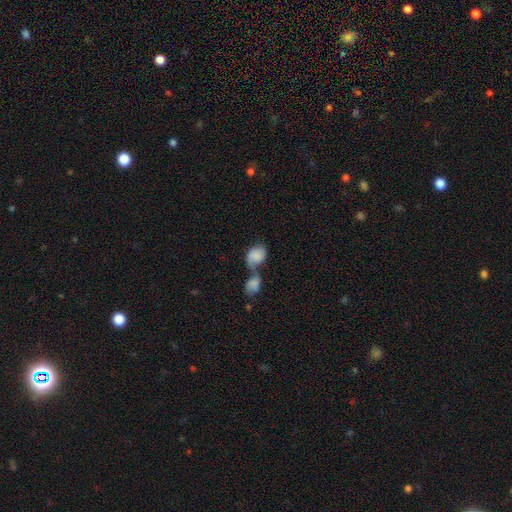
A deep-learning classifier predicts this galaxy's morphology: A smooth galaxy with no disk features (75%) that is in between round and cigar-shaped (64%).

Vote fractions:
- Smooth or featured? smooth: 75% / featured or disk: 18% / star or artifact: 7%
- How rounded? in between: 64% / round: 34% / cigar-shaped: 2%
- Merging? merger: 75% / none: 12% / major disturbance: 7% / minor disturbance: 7%